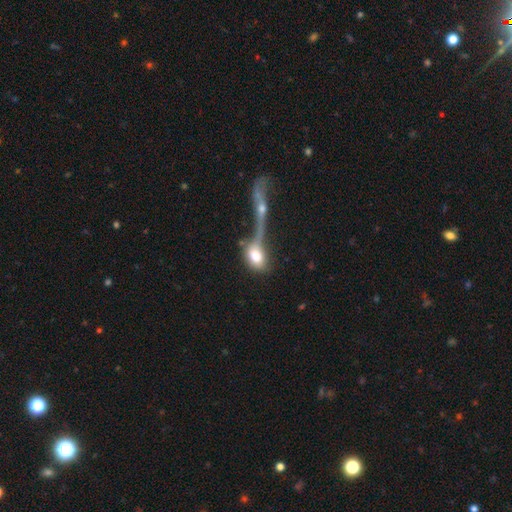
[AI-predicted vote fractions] This is likely a smooth galaxy (71%). How rounded: likely in between (70%). Merging: possibly merger (48%).